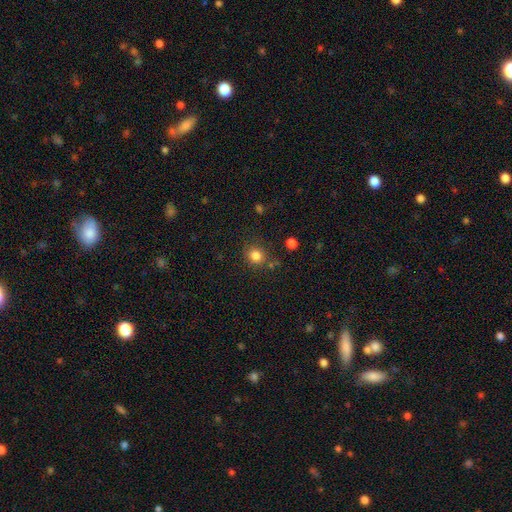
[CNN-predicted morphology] Overall: smooth (83%). How rounded: round (81%). Merging: none (79%).